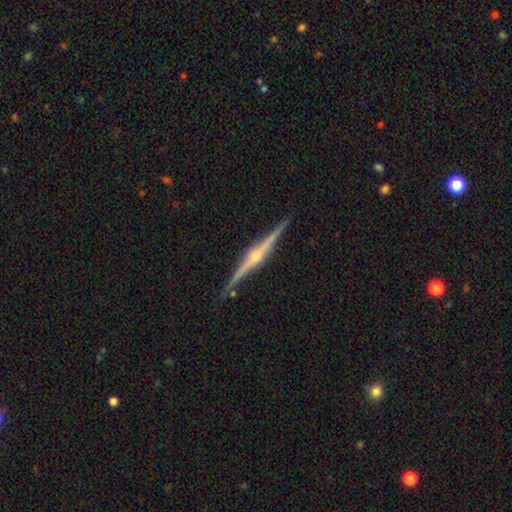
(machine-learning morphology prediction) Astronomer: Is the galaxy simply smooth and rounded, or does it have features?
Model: featured or disk — 87%.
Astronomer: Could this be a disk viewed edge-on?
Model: yes — 99%.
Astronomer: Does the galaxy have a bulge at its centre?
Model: rounded — 85%.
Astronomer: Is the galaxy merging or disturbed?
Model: none — 90%.